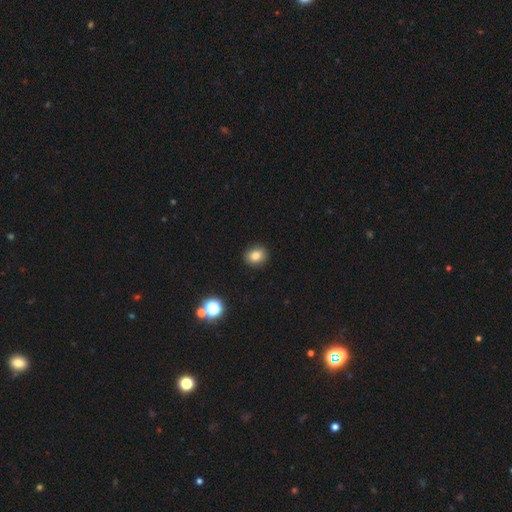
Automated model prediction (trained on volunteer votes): This is likely a smooth galaxy (80%). How rounded: likely round (63%). Merging: clearly none (91%).